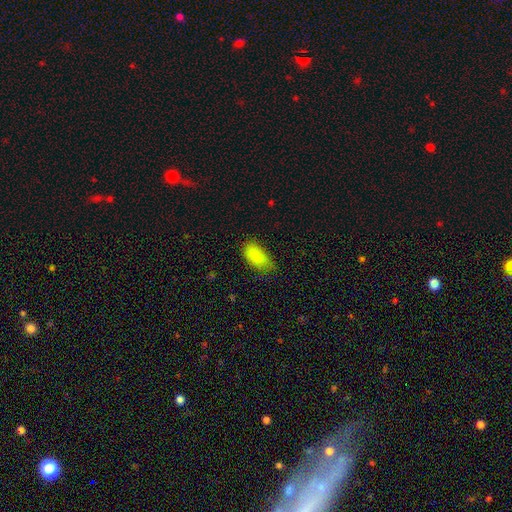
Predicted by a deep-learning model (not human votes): This is clearly a smooth galaxy (88%). How rounded: clearly in between (90%). Merging: likely none (63%).